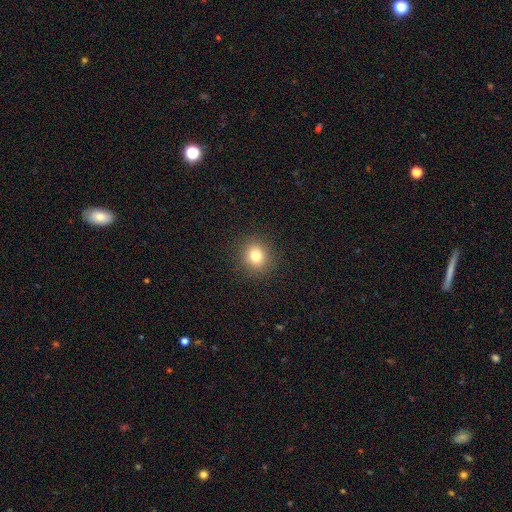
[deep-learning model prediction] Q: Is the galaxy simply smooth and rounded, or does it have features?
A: smooth — 79%.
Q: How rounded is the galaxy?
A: round — 85%.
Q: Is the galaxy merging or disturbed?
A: none — 91%.